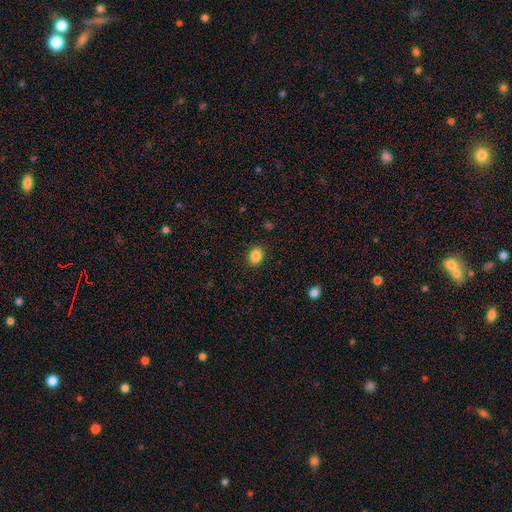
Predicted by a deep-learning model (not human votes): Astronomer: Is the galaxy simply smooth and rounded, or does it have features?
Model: smooth — 87%.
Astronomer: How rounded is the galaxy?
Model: in between — 62%.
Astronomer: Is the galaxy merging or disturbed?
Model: none — 89%.